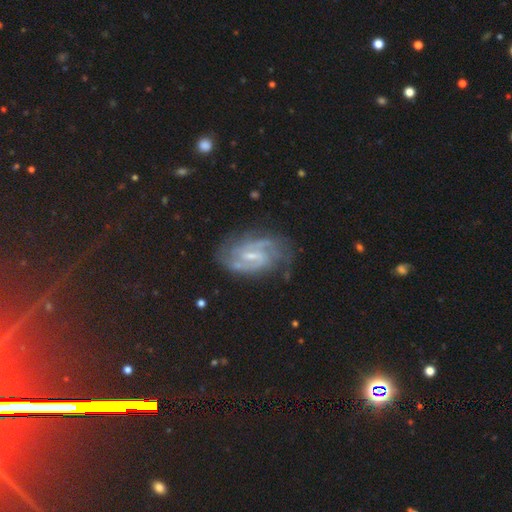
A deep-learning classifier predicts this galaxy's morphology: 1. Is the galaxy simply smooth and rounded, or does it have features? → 65% featured or disk, 23% star or artifact, 12% smooth.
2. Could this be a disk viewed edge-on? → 96% no, 4% yes.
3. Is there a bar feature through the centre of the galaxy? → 54% weak, 23% no, 23% strong.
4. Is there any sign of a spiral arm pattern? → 94% yes, 6% no.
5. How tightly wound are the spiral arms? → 44% tight, 41% medium, 15% loose.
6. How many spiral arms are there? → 46% 2, 21% can't tell, 12% 3, 7% 4, 7% 1, 7% more than 4.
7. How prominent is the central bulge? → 64% small, 25% moderate, 7% none, 2% large, 2% dominant.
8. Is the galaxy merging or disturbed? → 76% none, 15% minor disturbance, 6% major disturbance, 2% merger.